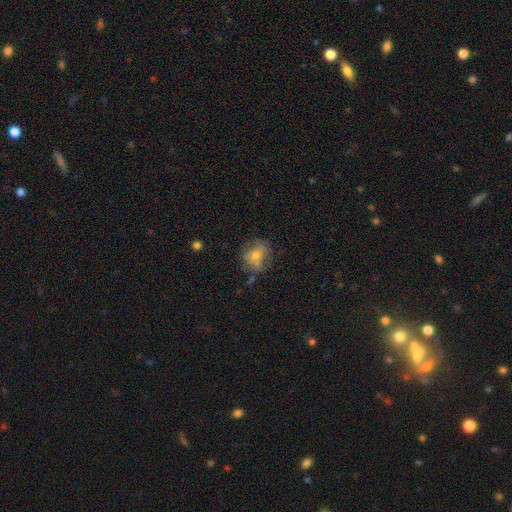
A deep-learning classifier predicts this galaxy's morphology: Smooth or featured? smooth (52%)
How rounded? round (66%)
Merging? none (64%)